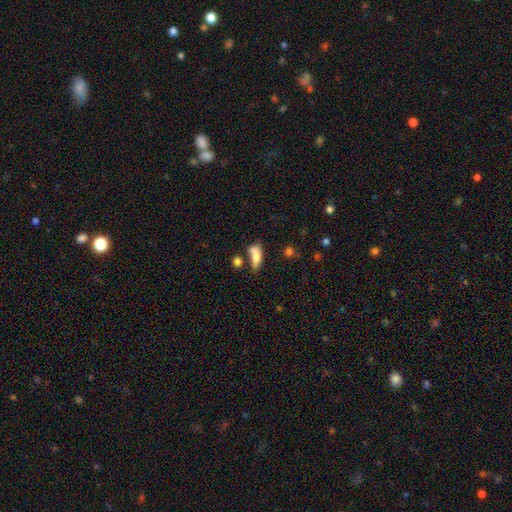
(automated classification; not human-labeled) Smooth or featured: smooth — 76% (featured or disk — 15%)
How rounded: in between — 74% (cigar-shaped — 20%)
Merging: none — 39% (merger — 32%)